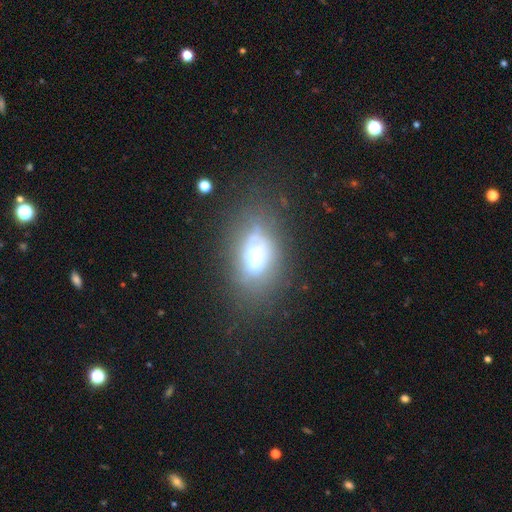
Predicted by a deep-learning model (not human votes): smooth_or_featured: featured or disk (p=0.46) [alt: smooth p=0.40]
merging: none (p=0.43) [alt: minor disturbance p=0.24]